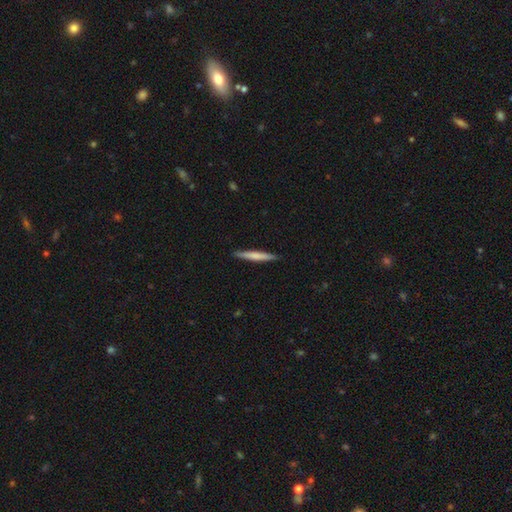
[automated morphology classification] smooth 60%, featured or disk 35%, star or artifact 5%. Down the decision tree: how rounded — cigar-shaped (95%); merging — none (91%).